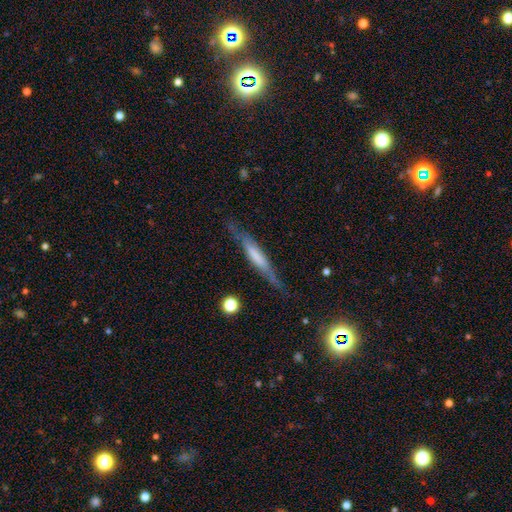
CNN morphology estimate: Overall: featured or disk (56%; smooth 36%). Edge-on disk: yes (90%). Edge-on bulge: none (45%; boxy 38%). Merging: none (76%).